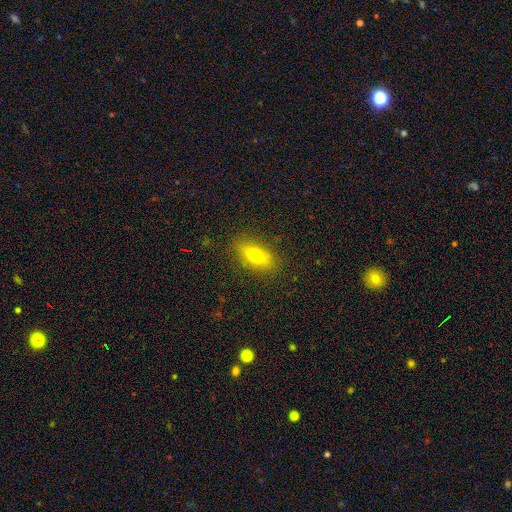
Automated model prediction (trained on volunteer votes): Q: Smooth or featured?
A: smooth (59%); runner-up: featured or disk (31%)
Q: How rounded?
A: in between (59%); runner-up: cigar-shaped (36%)
Q: Merging?
A: none (86%); runner-up: minor disturbance (10%)